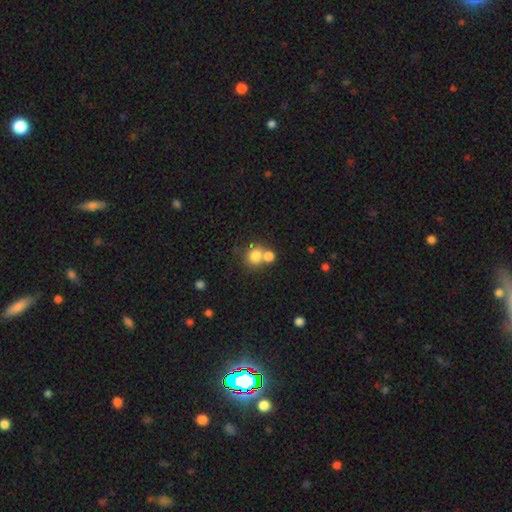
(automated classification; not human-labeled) Morphology: type=smooth (78%); roundness=round (82%); merging=none (47%).